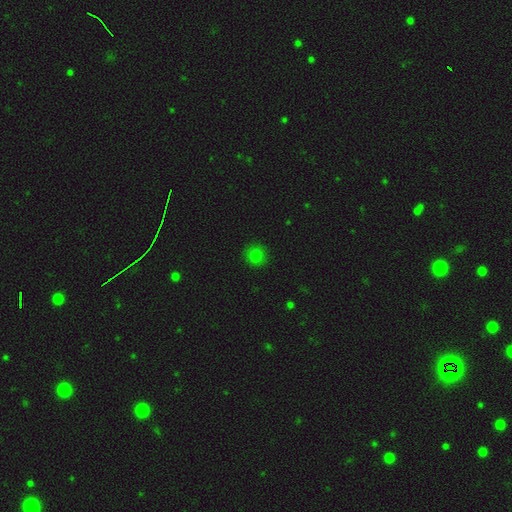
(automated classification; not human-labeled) Overall: smooth (78%). How rounded: round (90%). Merging: none (89%).